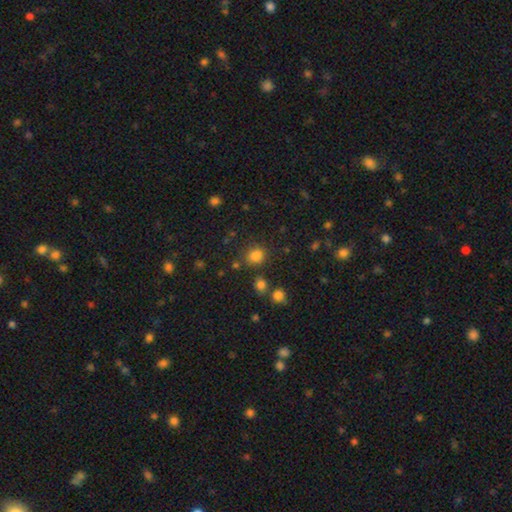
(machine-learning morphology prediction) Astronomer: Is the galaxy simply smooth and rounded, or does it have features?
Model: smooth — 79%.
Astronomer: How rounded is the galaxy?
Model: round — 70%.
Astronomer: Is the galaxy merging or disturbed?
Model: none — 74%.